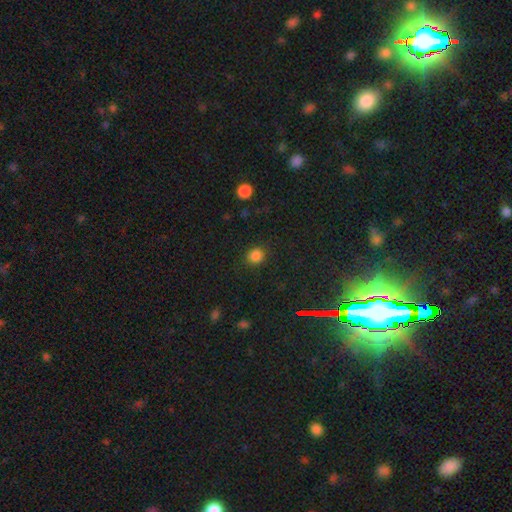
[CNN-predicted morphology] type=smooth (84%); roundness=round (82%); merging=none (88%).